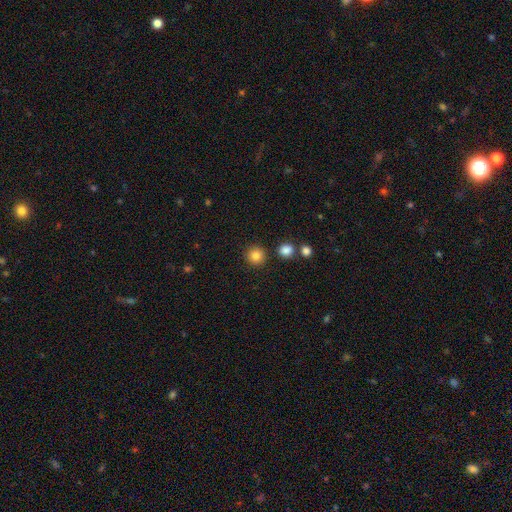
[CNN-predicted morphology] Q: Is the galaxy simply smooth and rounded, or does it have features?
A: smooth — 84%.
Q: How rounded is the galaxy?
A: round — 93%.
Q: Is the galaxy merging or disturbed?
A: none — 88%.